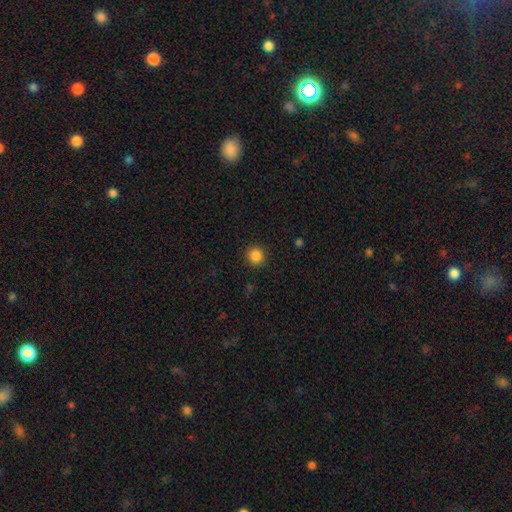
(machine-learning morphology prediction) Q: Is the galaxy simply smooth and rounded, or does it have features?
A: smooth — 86%.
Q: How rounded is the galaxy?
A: round — 92%.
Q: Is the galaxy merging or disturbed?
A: none — 91%.